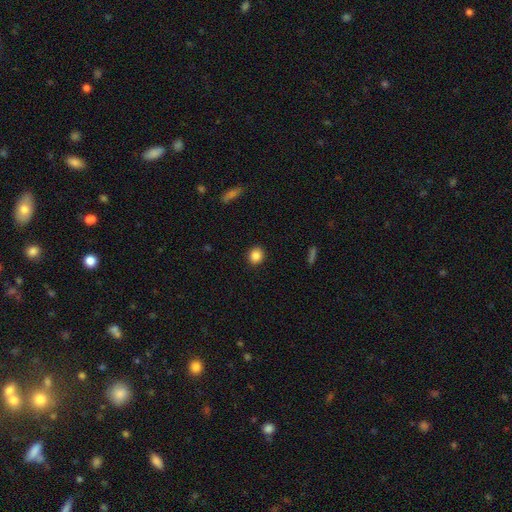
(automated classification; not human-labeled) Smooth or featured: smooth — 86% (star or artifact — 10%)
How rounded: round — 81% (in between — 18%)
Merging: none — 90% (minor disturbance — 7%)